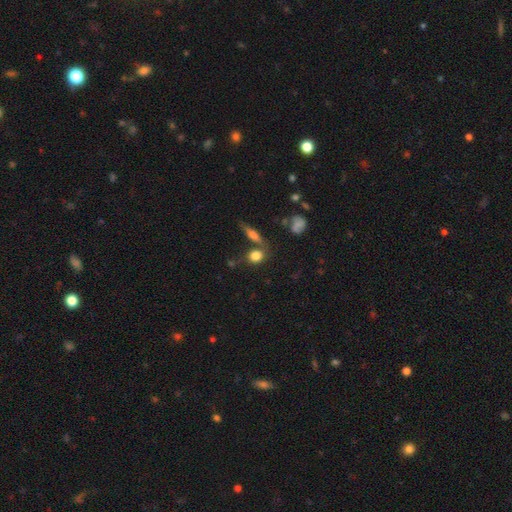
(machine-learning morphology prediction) Overall: smooth (80%). How rounded: round (65%; in between 30%). Merging: none (61%).